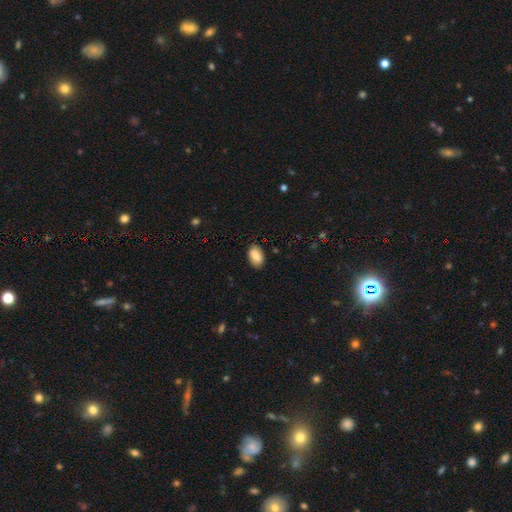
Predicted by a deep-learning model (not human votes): Smooth or featured: smooth — 87% (star or artifact — 7%)
How rounded: in between — 92% (round — 6%)
Merging: none — 85% (minor disturbance — 12%)